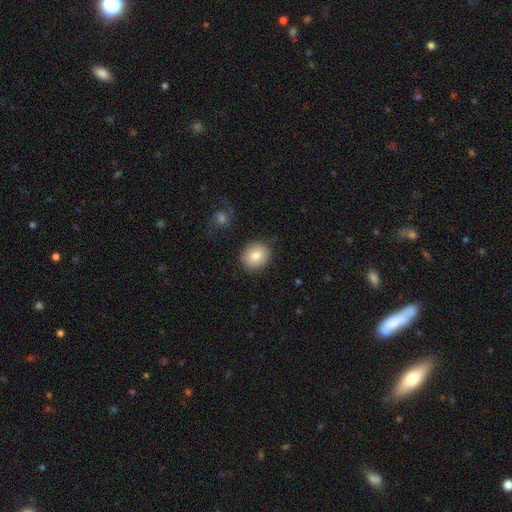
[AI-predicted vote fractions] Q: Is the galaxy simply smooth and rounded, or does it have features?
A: smooth — 82%.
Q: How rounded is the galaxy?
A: round — 76%.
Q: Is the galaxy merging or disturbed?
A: none — 86%.